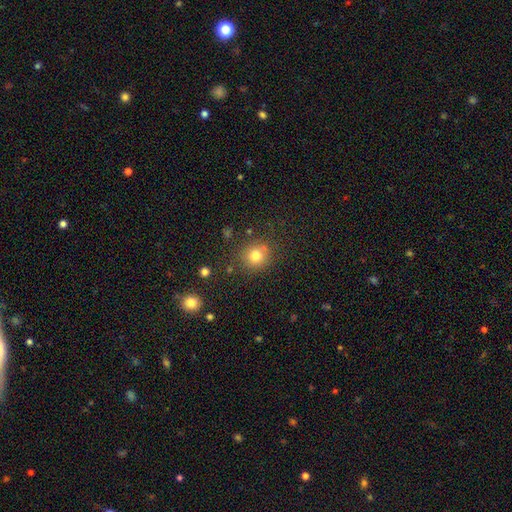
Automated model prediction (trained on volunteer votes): This appears to be a smooth galaxy with no disk features (79%) that is round (89%). Merging: none (82%).